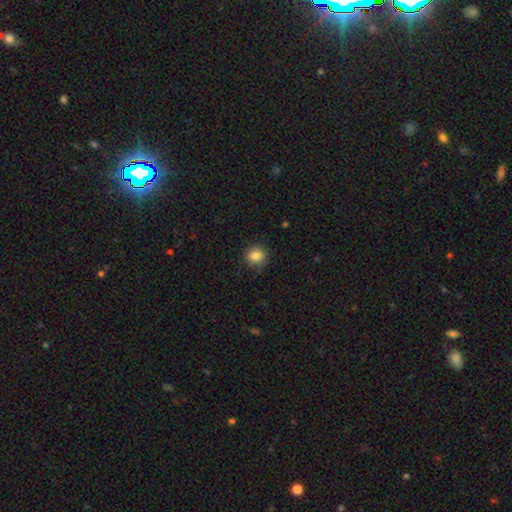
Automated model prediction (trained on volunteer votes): A smooth galaxy with no disk features (85%) that is round (82%). Merging: none (85%).